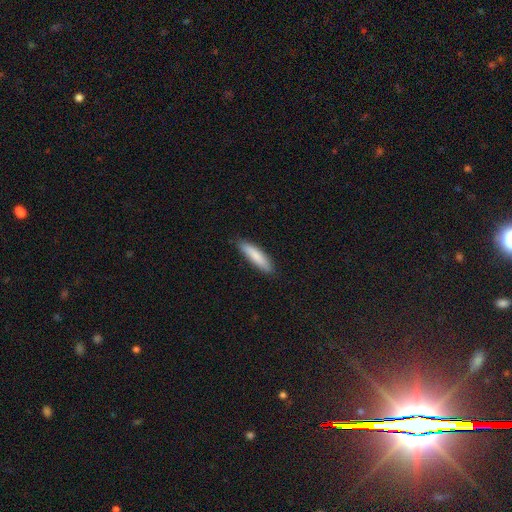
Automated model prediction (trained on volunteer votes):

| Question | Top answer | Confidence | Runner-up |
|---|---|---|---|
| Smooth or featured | smooth | 83% | featured or disk (12%) |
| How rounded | cigar-shaped | 79% | in between (19%) |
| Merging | none | 87% | minor disturbance (11%) |